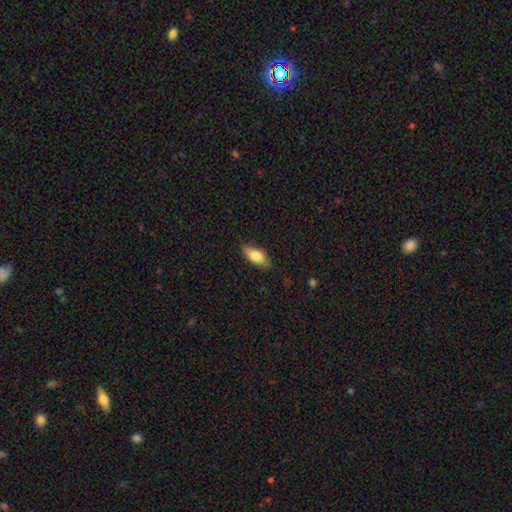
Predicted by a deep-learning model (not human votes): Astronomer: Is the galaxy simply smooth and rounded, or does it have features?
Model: smooth — 77%.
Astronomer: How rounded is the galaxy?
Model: in between — 83%.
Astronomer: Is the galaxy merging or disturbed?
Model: none — 78%.